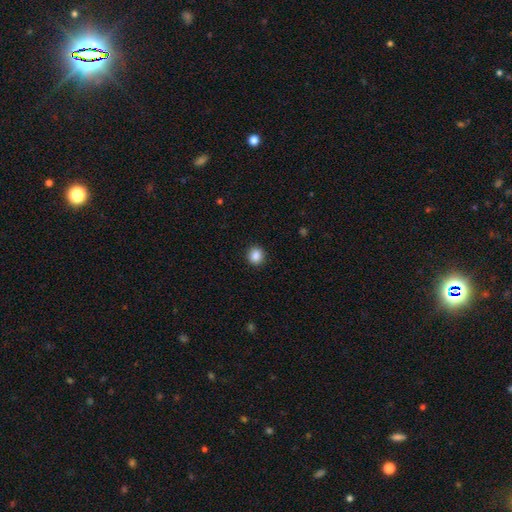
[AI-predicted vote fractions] Smooth or featured?
  - smooth: 87% *
  - star or artifact: 9%
  - featured or disk: 3%
How rounded?
  - round: 89% *
  - in between: 10%
  - cigar-shaped: 1%
Merging?
  - none: 92% *
  - minor disturbance: 5%
  - major disturbance: 2%
  - merger: 1%